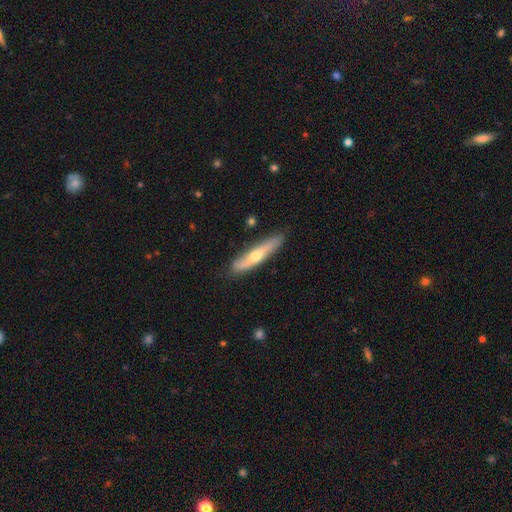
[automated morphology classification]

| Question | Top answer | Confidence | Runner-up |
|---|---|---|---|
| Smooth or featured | featured or disk | 53% | smooth (41%) |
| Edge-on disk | yes | 78% | no (22%) |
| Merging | none | 83% | minor disturbance (13%) |